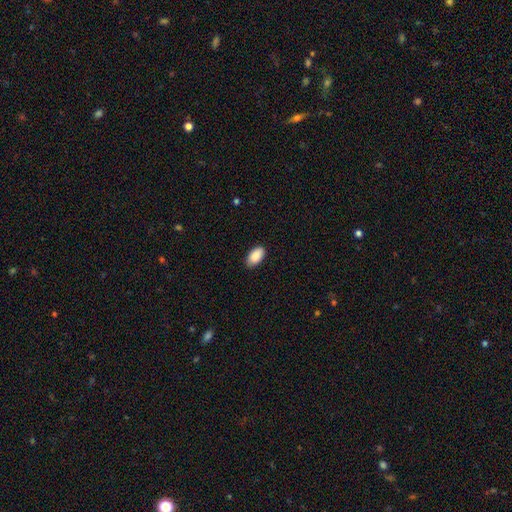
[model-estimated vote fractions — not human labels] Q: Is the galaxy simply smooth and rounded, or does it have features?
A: smooth — 90%.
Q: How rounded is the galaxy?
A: in between — 95%.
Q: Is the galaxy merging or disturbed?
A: none — 85%.